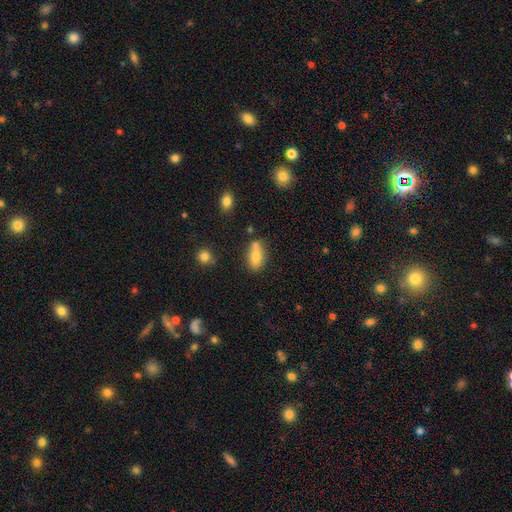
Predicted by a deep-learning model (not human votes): smooth 74%, featured or disk 16%, star or artifact 9%. Down the decision tree: how rounded — in between (84%); merging — none (52%).